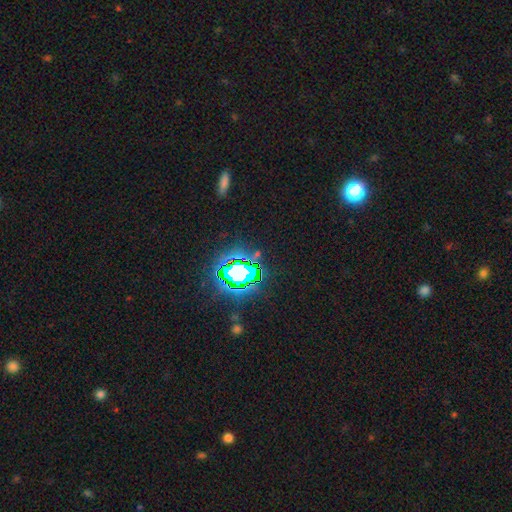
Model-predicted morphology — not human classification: Overall: star or artifact (75%).